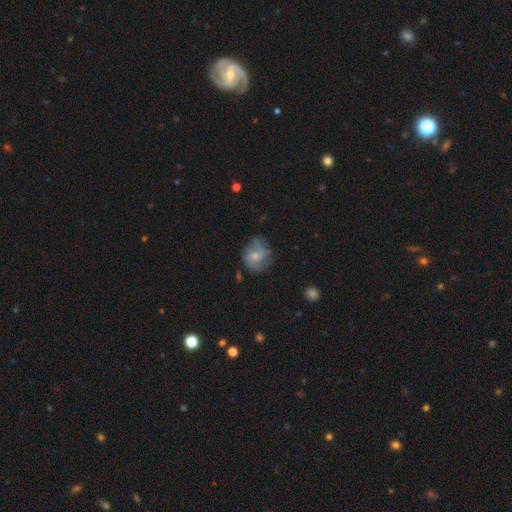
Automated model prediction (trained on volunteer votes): Smooth or featured?
  - featured or disk: 47% *
  - smooth: 45%
  - star or artifact: 8%
Merging?
  - none: 55% *
  - minor disturbance: 29%
  - major disturbance: 14%
  - merger: 2%